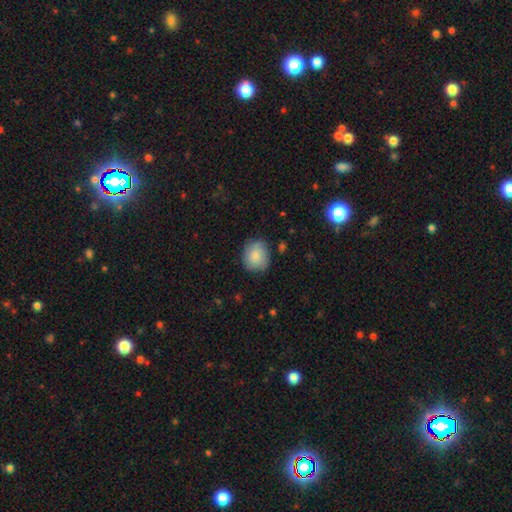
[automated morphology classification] smooth-or-featured: smooth: 82% | featured or disk: 11% | star or artifact: 7%
  how-rounded: round: 70% | in between: 29% | cigar-shaped: 1%
  merging: none: 76% | minor disturbance: 19% | major disturbance: 4% | merger: 1%